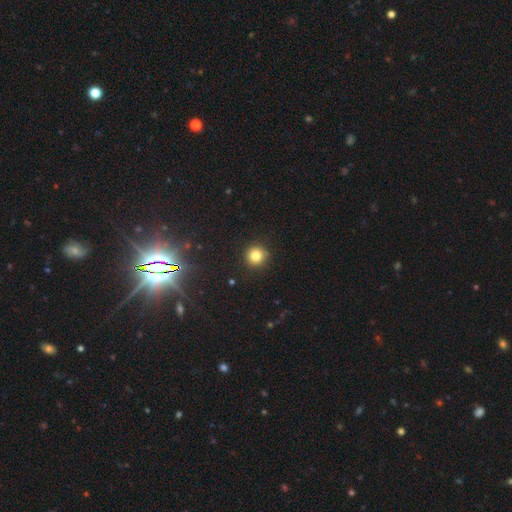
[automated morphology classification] A smooth galaxy with no disk features (82%) that is round (94%).

Vote fractions:
- Smooth or featured? smooth: 82% / star or artifact: 13% / featured or disk: 5%
- How rounded? round: 94% / in between: 5% / cigar-shaped: 1%
- Merging? none: 89% / minor disturbance: 8% / major disturbance: 2% / merger: 1%